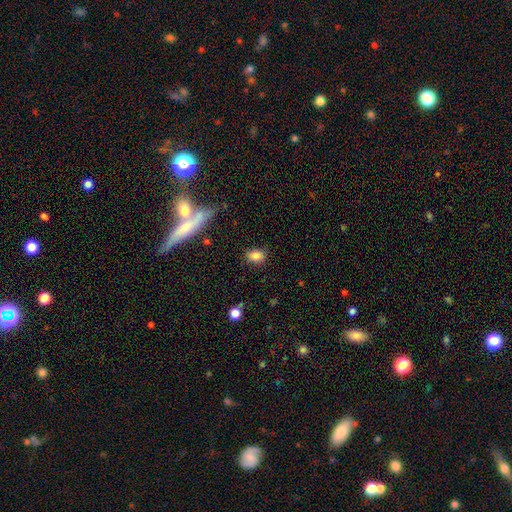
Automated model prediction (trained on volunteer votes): A smooth galaxy with no disk features (83%) that is in between round and cigar-shaped (78%). Merging: none (81%).